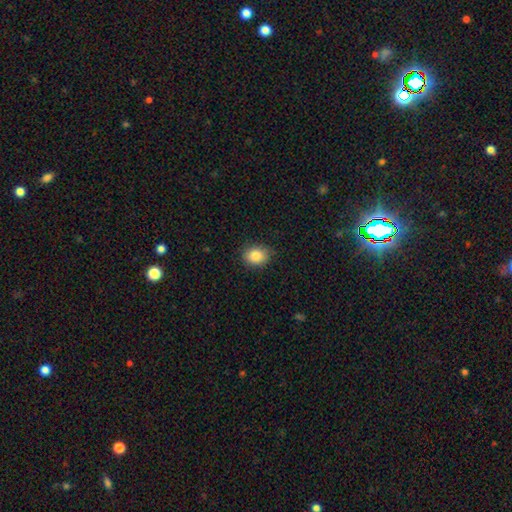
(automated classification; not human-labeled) smooth_or_featured: smooth (p=0.85) [alt: star or artifact p=0.09]
how_rounded: in between (p=0.50) [alt: round p=0.49]
merging: none (p=0.85) [alt: minor disturbance p=0.12]